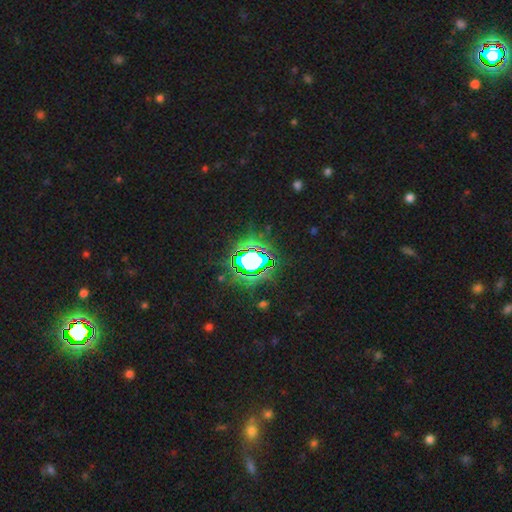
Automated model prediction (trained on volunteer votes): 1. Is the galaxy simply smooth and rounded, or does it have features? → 73% star or artifact, 16% smooth, 11% featured or disk.